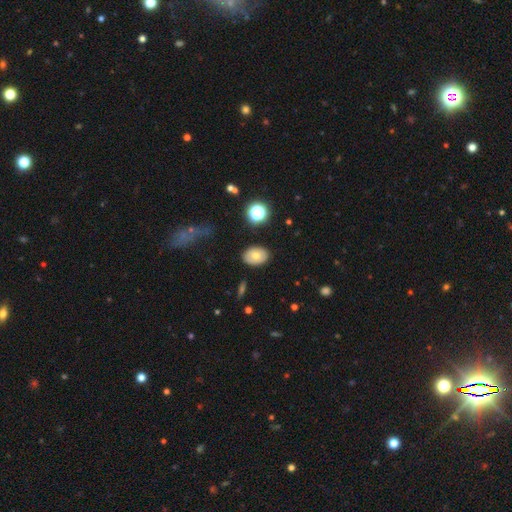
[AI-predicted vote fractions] Q: Smooth or featured?
A: smooth (59%); runner-up: featured or disk (30%)
Q: How rounded?
A: in between (78%); runner-up: round (21%)
Q: Merging?
A: none (85%); runner-up: minor disturbance (10%)